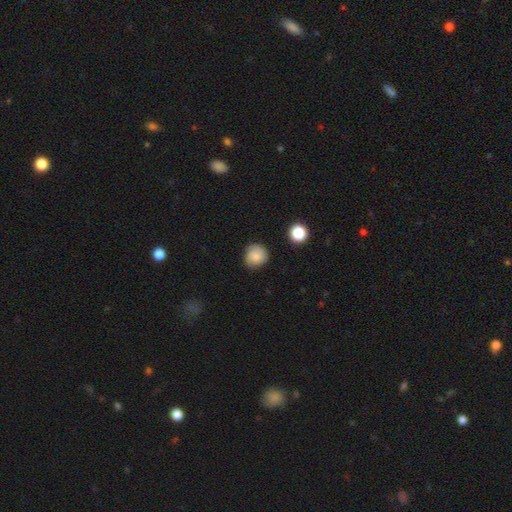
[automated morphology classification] A smooth galaxy with no disk features (79%) that is round (85%). Merging: none (74%).